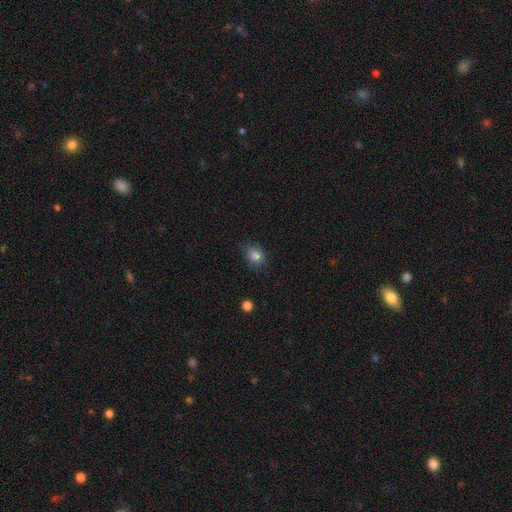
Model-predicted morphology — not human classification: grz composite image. It shows a smooth galaxy with no disk features (83%) that is in between round and cigar-shaped (51%). Merging: none (73%).